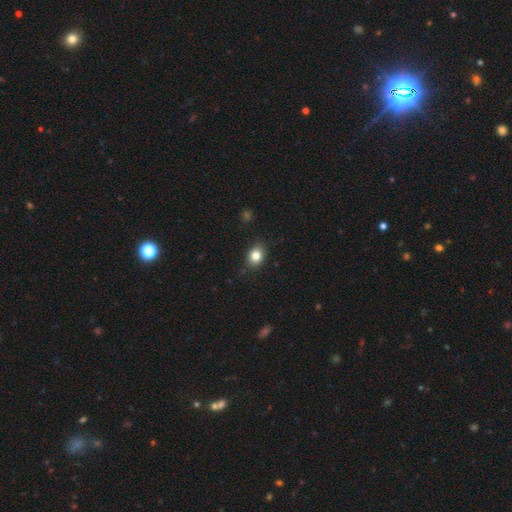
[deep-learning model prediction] This appears to be a smooth galaxy with no disk features (82%) that is in between round and cigar-shaped (59%). Merging: none (85%).